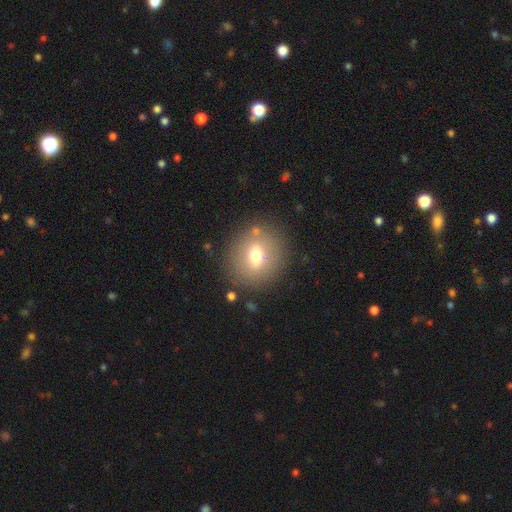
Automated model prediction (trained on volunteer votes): Morphology: type=smooth (63%); roundness=round (79%); merging=none (82%).